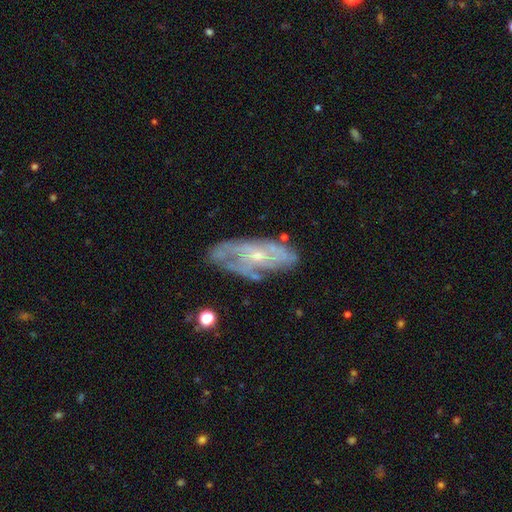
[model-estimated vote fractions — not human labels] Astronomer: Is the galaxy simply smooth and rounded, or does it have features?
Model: featured or disk — 70%.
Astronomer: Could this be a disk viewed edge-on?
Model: no — 85%.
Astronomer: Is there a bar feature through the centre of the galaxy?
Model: no — 72%.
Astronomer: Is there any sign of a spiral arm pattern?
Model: yes — 77%.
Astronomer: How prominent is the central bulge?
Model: small — 68%.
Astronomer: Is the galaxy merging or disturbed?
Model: none — 68%.